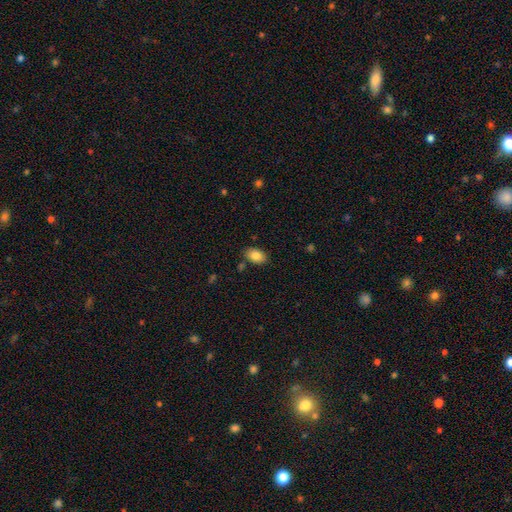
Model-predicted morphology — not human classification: The model was most divided on "merging": none: 83%, minor disturbance: 11%, merger: 4%, major disturbance: 3%. More confident: how rounded — in between (88%); smooth or featured — smooth (85%).